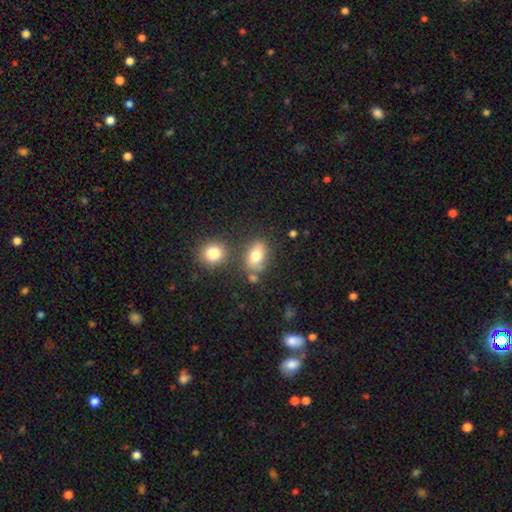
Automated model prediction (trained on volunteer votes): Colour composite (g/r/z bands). It shows a smooth galaxy with no disk features (75%) that is in between round and cigar-shaped (74%). Merging: none (61%).